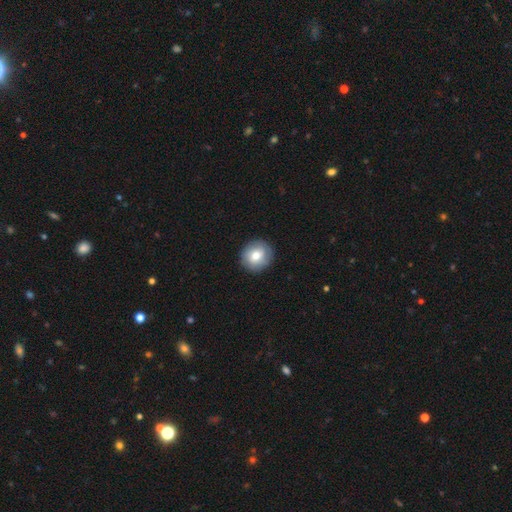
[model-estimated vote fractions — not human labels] This is likely a smooth galaxy (73%). How rounded: clearly round (90%). Merging: clearly none (89%).